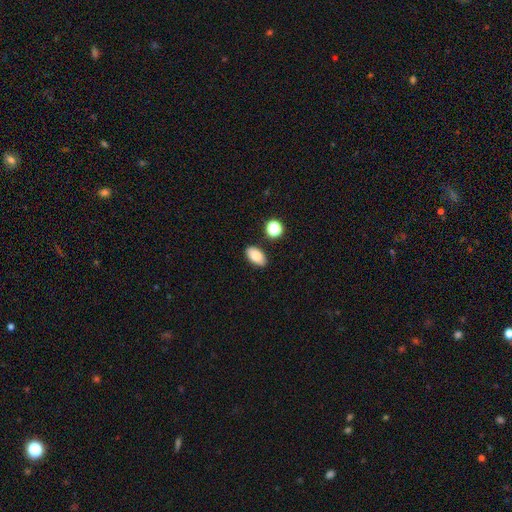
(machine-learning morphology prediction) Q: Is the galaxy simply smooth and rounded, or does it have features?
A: smooth — 83%.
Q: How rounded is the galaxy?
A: in between — 91%.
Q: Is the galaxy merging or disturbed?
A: none — 85%.